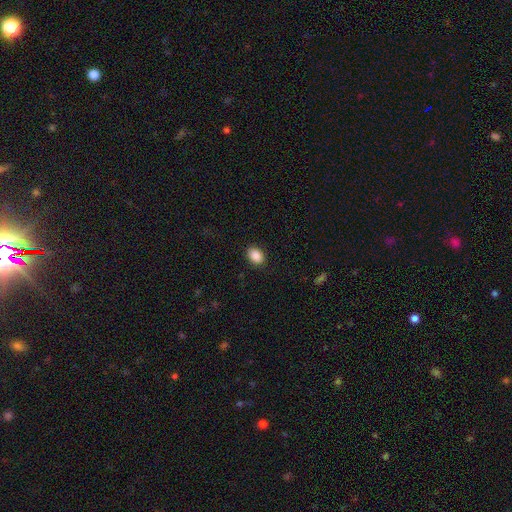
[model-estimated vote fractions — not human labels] This is clearly a smooth galaxy (89%). How rounded: likely in between (75%). Merging: clearly none (89%).